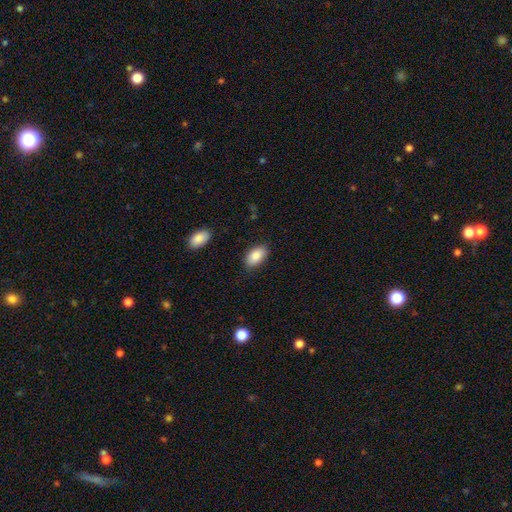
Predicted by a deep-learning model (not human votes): This appears to be a smooth galaxy with no disk features (87%) that is in between round and cigar-shaped (93%). Merging: none (84%).